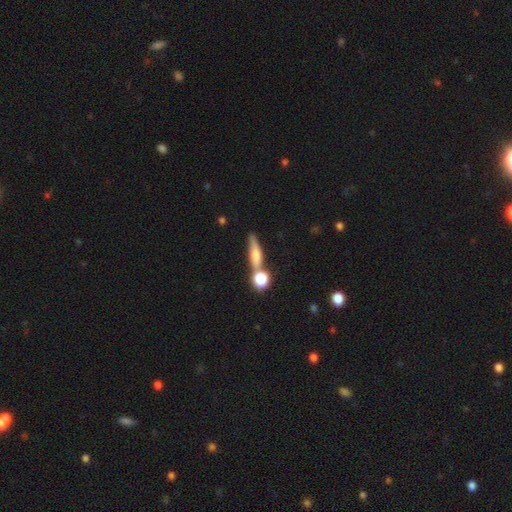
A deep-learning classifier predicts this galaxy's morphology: Q: Smooth or featured?
A: smooth (63%); runner-up: featured or disk (26%)
Q: How rounded?
A: cigar-shaped (59%); runner-up: in between (26%)
Q: Merging?
A: none (52%); runner-up: merger (28%)